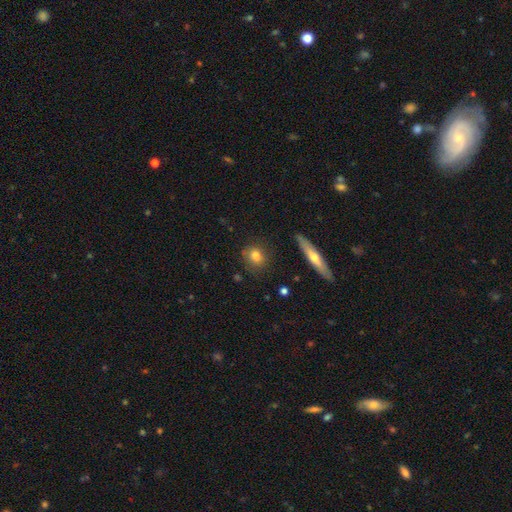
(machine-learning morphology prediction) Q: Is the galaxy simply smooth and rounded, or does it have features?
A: smooth — 77%.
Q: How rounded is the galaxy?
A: round — 69%.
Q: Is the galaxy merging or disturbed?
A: none — 79%.